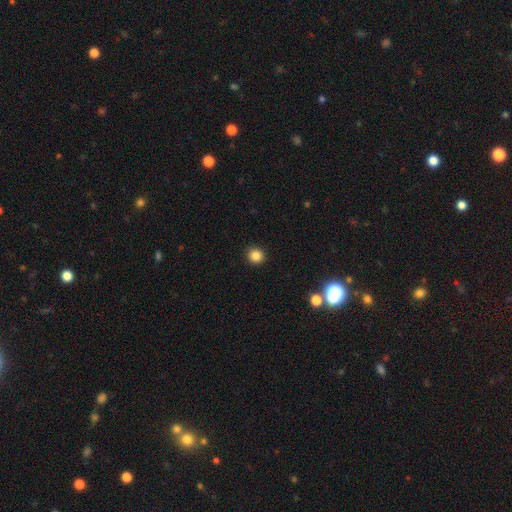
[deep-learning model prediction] The model was most divided on "smooth or featured": smooth: 84%, star or artifact: 12%, featured or disk: 4%. More confident: how rounded — round (93%); merging — none (93%).